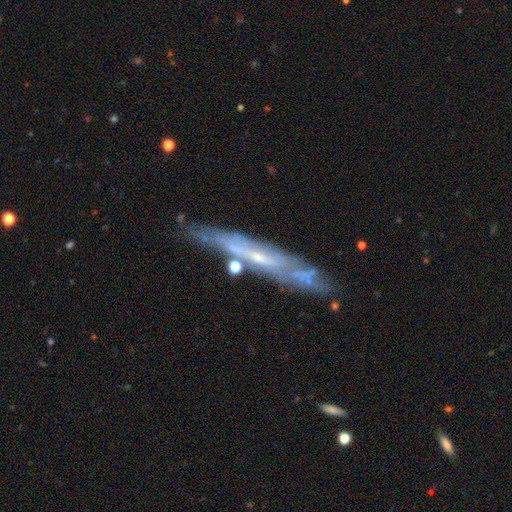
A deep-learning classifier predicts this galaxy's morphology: A featured or disk galaxy (71%) viewed edge-on (72%) with no central bulge (65%). Merging: none (74%).